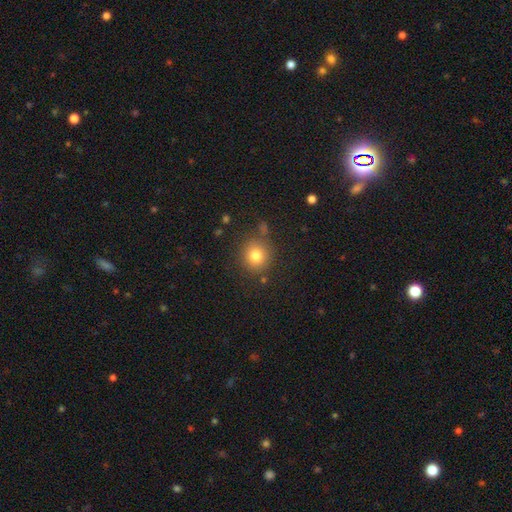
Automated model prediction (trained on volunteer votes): Overall: smooth (80%). How rounded: round (88%). Merging: none (81%).